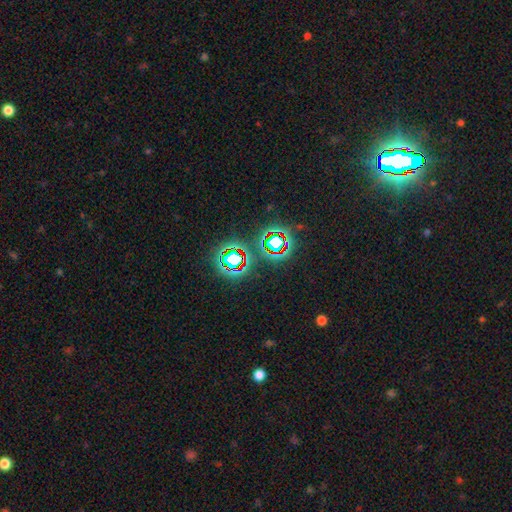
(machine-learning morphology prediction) smooth_or_featured: star or artifact (p=0.77) [alt: smooth p=0.12]